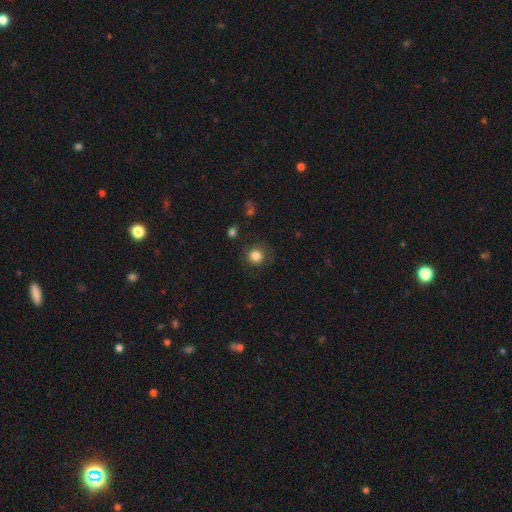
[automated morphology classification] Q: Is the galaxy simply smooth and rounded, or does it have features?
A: smooth — 83%.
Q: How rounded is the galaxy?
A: round — 91%.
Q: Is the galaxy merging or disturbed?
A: none — 81%.